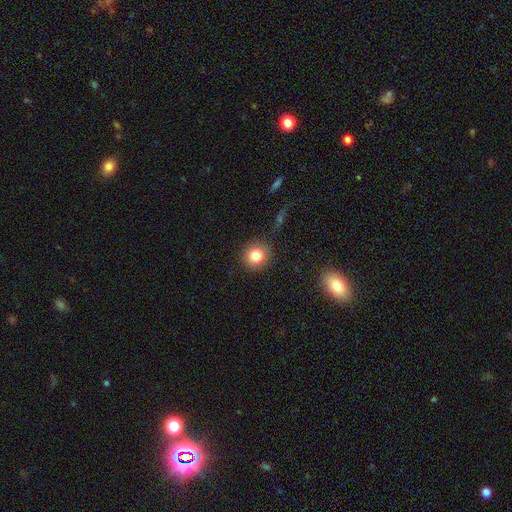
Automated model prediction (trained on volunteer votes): smooth_or_featured: smooth (p=0.82) [alt: star or artifact p=0.11]
how_rounded: round (p=0.89) [alt: in between p=0.10]
merging: none (p=0.88) [alt: minor disturbance p=0.08]